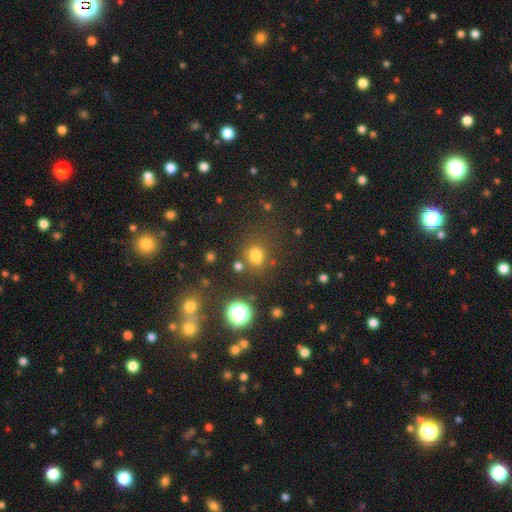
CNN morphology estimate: A smooth galaxy with no disk features (73%) that is round (65%). Merging: none (74%).